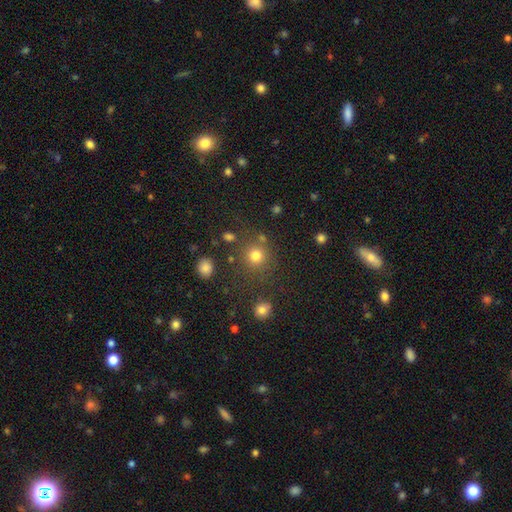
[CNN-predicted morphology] type=smooth (78%); roundness=round (92%); merging=none (79%).